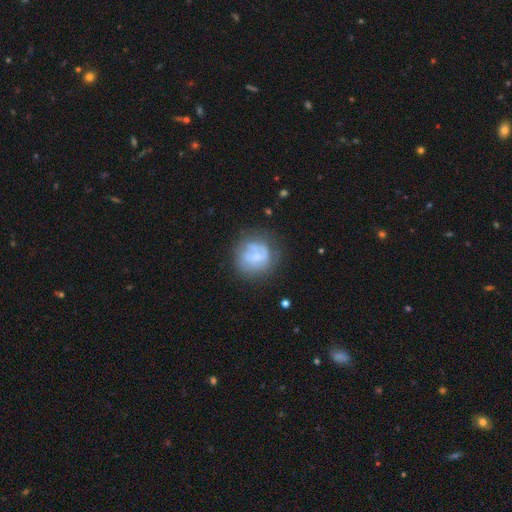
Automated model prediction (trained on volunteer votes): Morphology: type=smooth (47%); merging=none (61%).